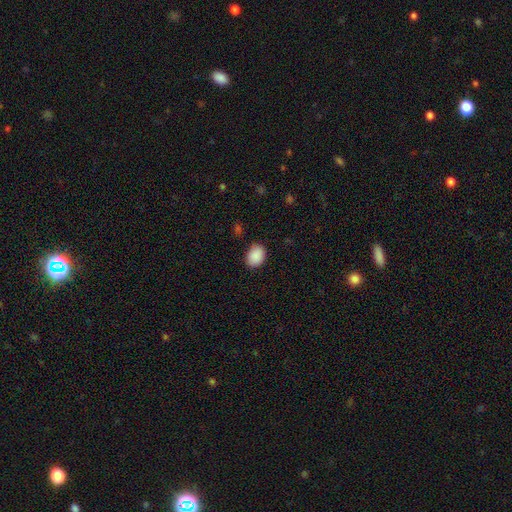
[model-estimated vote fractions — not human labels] Q: Smooth or featured?
A: smooth (90%); runner-up: star or artifact (7%)
Q: How rounded?
A: in between (69%); runner-up: round (30%)
Q: Merging?
A: none (84%); runner-up: minor disturbance (12%)